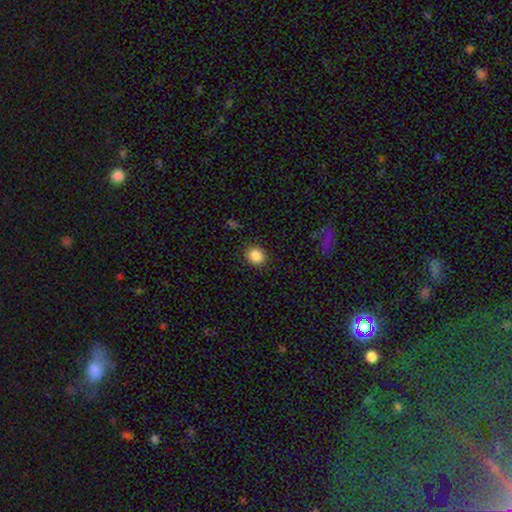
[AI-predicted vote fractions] This appears to be a smooth galaxy with no disk features (87%) that is round (78%). Merging: none (89%).